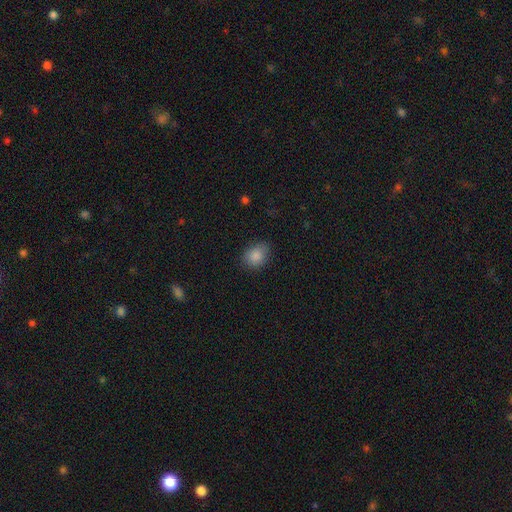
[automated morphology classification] type=smooth (86%); roundness=in between (61%); merging=none (80%).